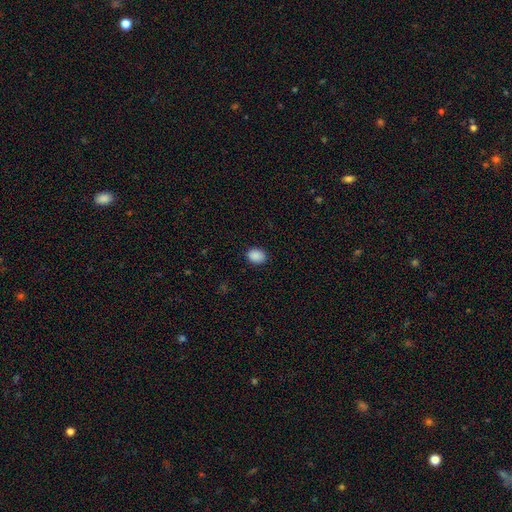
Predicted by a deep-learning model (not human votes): A smooth galaxy with no disk features (89%) that is in between round and cigar-shaped (56%).

Vote fractions:
- Smooth or featured? smooth: 89% / star or artifact: 8% / featured or disk: 3%
- How rounded? in between: 56% / round: 43% / cigar-shaped: 1%
- Merging? none: 88% / minor disturbance: 8% / major disturbance: 2% / merger: 1%